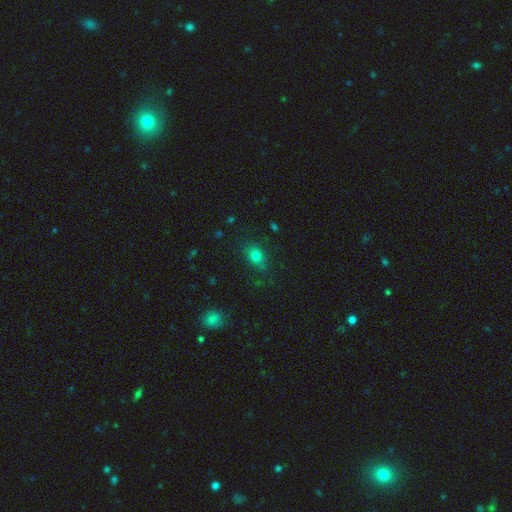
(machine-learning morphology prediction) The model was most divided on "how rounded": in between: 66%, round: 32%, cigar-shaped: 3%. More confident: smooth or featured — smooth (77%); merging — none (76%).